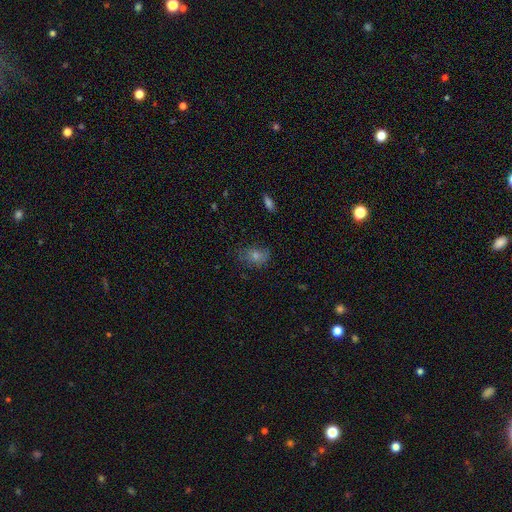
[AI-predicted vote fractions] Smooth or featured: smooth — 58% (star or artifact — 23%)
How rounded: in between — 61% (round — 37%)
Merging: none — 70% (minor disturbance — 21%)